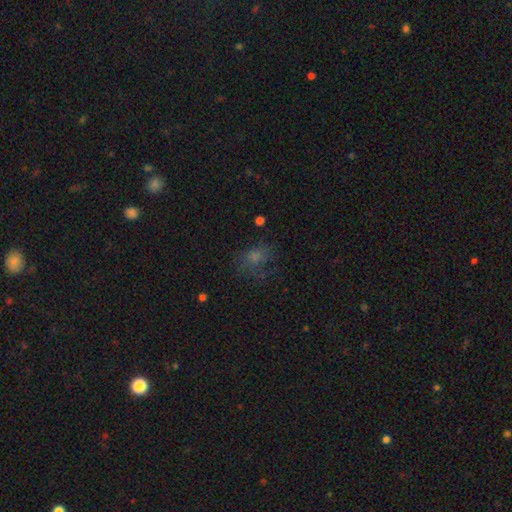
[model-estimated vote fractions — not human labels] Smooth or featured? smooth (43%)
Merging? none (65%)